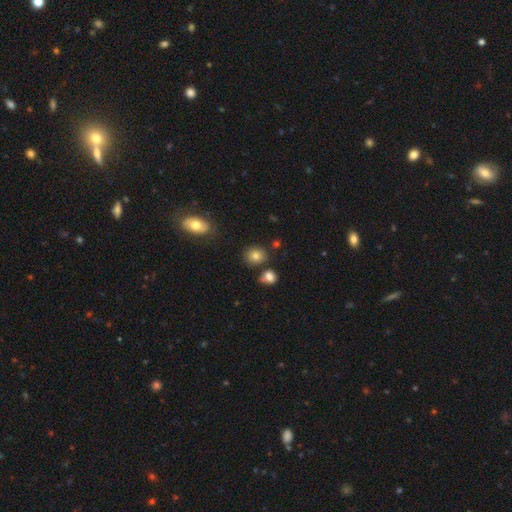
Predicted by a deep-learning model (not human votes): smooth-or-featured: smooth: 81% | star or artifact: 11% | featured or disk: 8%
  how-rounded: round: 68% | in between: 31% | cigar-shaped: 1%
  merging: none: 77% | minor disturbance: 12% | merger: 8% | major disturbance: 3%